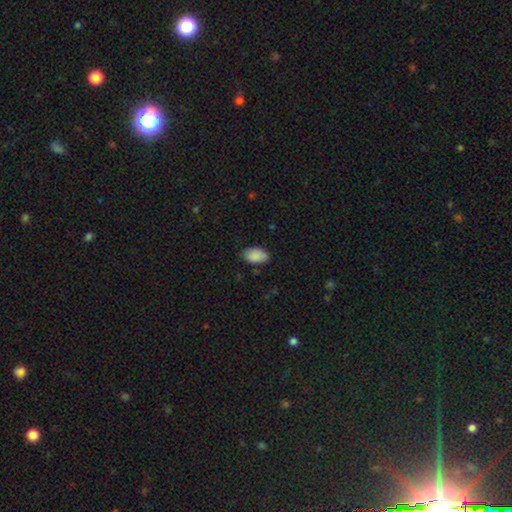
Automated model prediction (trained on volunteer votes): Smooth or featured? smooth (89%)
How rounded? in between (94%)
Merging? none (81%)